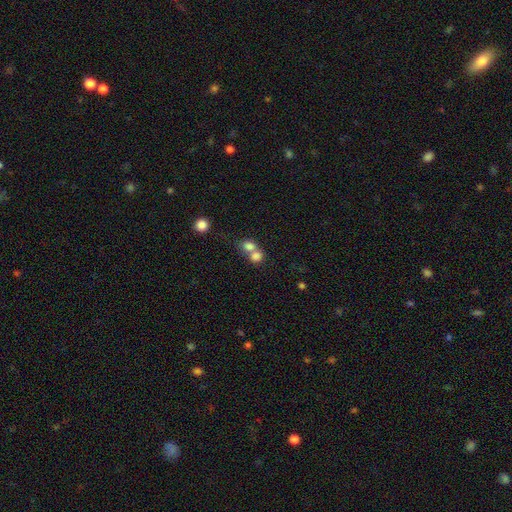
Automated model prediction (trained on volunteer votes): Overall: smooth (78%). How rounded: round (61%; in between 38%). Merging: merger (65%; none 26%).